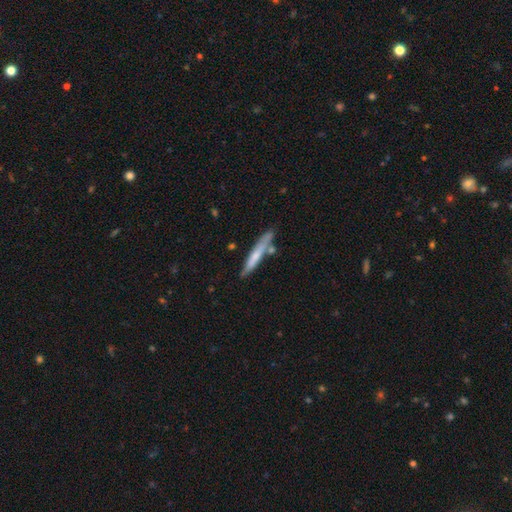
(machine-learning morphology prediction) A smooth galaxy with no disk features (57%) that is cigar-shaped (93%). Merging: none (70%).